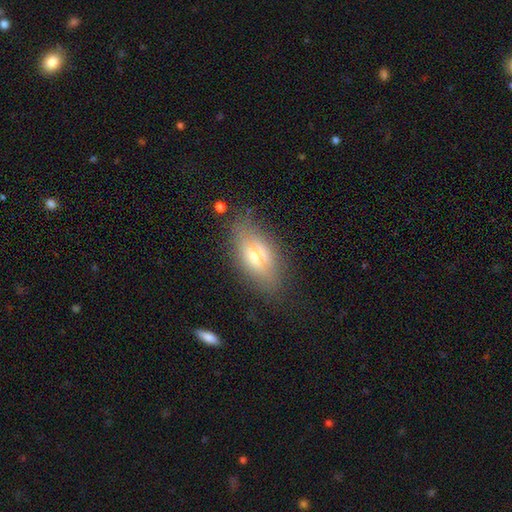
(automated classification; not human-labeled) Overall: featured or disk (47%; smooth 42%). Merging: none (75%).